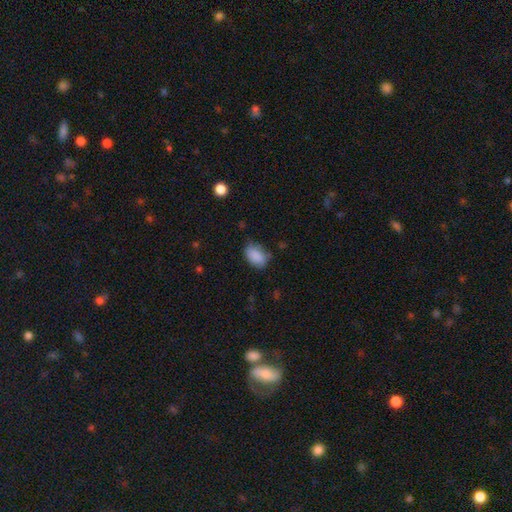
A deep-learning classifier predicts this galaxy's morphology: Smooth or featured: smooth — 87% (star or artifact — 8%)
How rounded: in between — 85% (round — 14%)
Merging: none — 63% (minor disturbance — 28%)